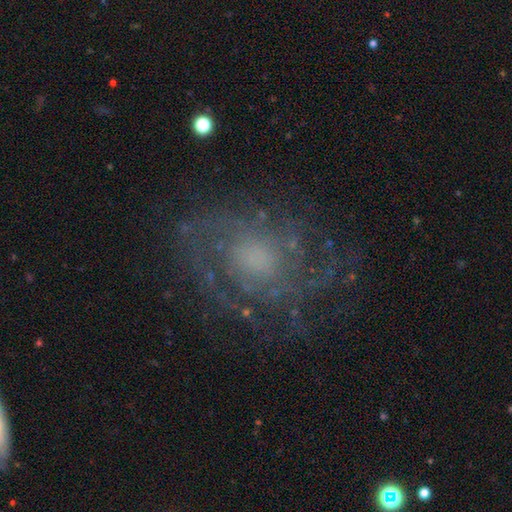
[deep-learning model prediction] A featured or disk galaxy (79%) with no bar (76%), tight (50%) spiral arms (90%) and a moderate central bulge (38%). Merging: none (72%).